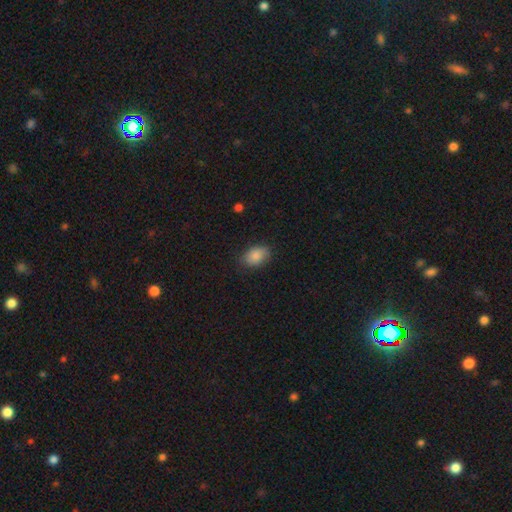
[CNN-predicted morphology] Overall: smooth (86%). How rounded: in between (85%). Merging: none (80%).